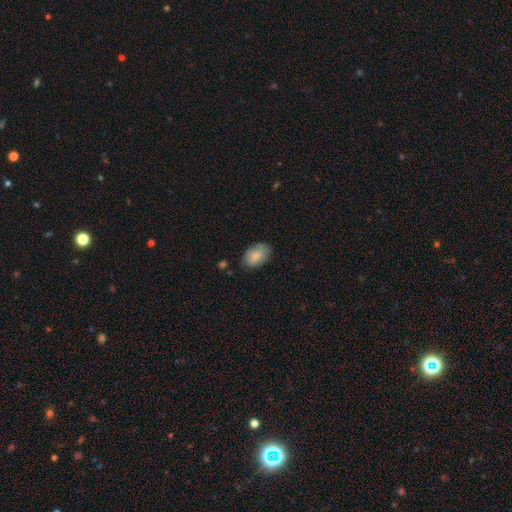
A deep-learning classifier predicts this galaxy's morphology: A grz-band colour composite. It shows a smooth galaxy with no disk features (83%) that is in between round and cigar-shaped (90%). Merging: none (76%).